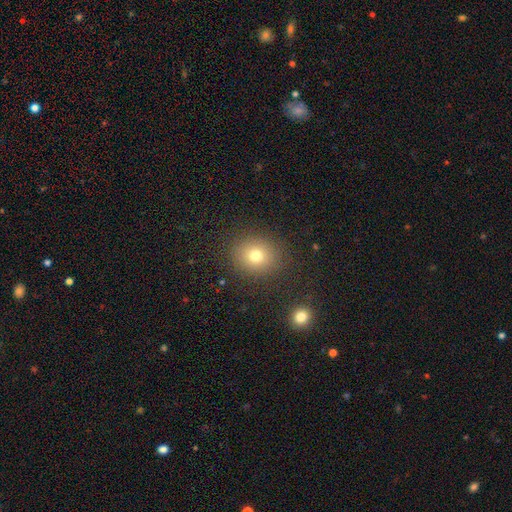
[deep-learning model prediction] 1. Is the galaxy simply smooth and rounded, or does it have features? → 74% smooth, 16% star or artifact, 11% featured or disk.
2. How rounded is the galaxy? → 80% round, 19% in between, 1% cigar-shaped.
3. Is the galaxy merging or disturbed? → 87% none, 7% minor disturbance, 3% major disturbance, 2% merger.